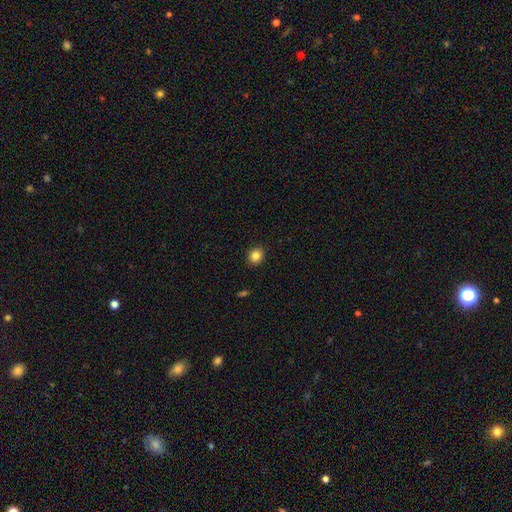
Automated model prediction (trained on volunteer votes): This is clearly a smooth galaxy (84%). How rounded: likely round (75%). Merging: clearly none (91%).